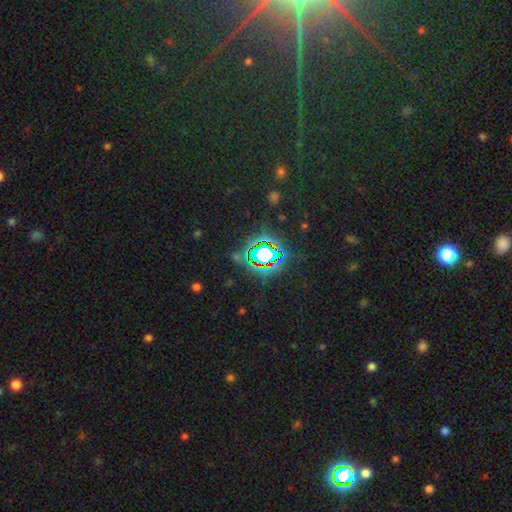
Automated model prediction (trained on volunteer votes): A star or artifact, not a galaxy (74%).

Vote fractions:
- Smooth or featured? star or artifact: 74% / smooth: 16% / featured or disk: 10%